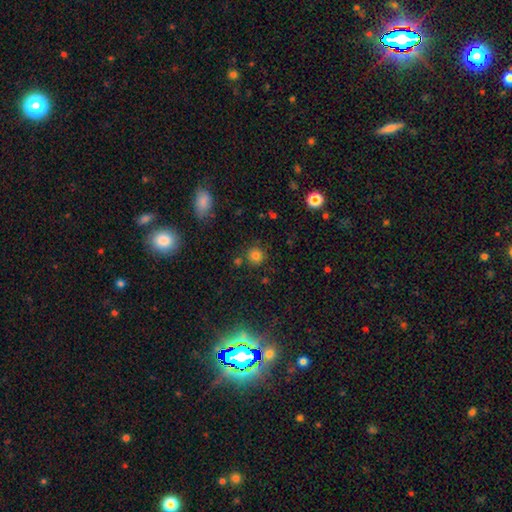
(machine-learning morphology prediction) Q: Smooth or featured?
A: smooth (78%); runner-up: star or artifact (16%)
Q: How rounded?
A: round (92%); runner-up: in between (7%)
Q: Merging?
A: none (81%); runner-up: minor disturbance (10%)